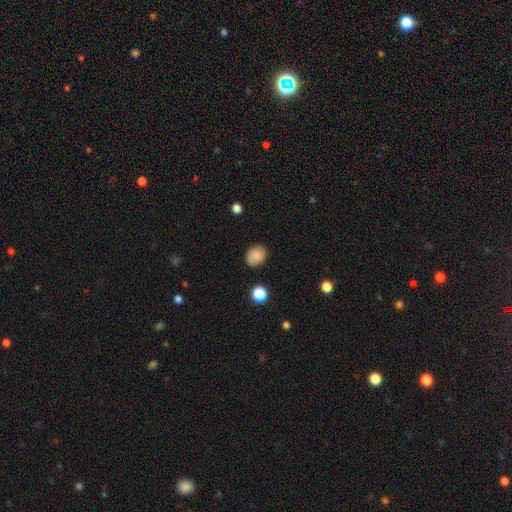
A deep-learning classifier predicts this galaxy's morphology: This is clearly a smooth galaxy (85%). How rounded: possibly round (58%). Merging: clearly none (83%).